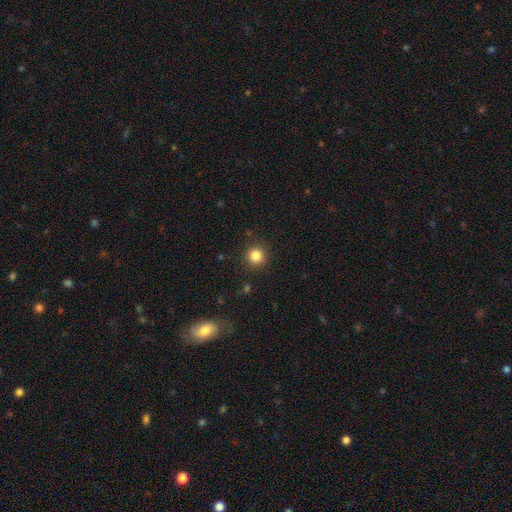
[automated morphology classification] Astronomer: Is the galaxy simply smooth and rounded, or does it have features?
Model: smooth — 84%.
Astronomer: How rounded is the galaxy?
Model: round — 93%.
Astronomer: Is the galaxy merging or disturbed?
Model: none — 90%.